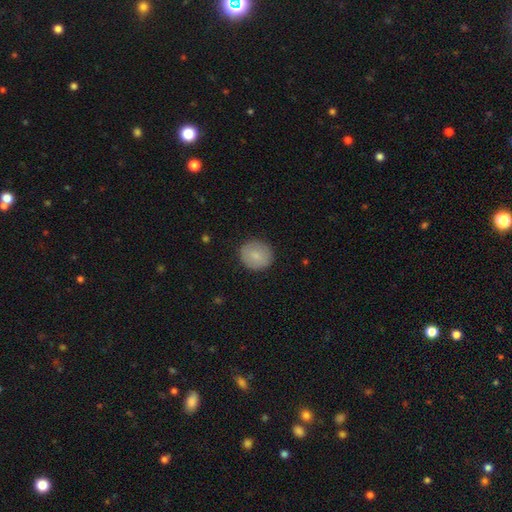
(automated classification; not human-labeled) Overall: smooth (81%). How rounded: round (86%). Merging: none (88%).